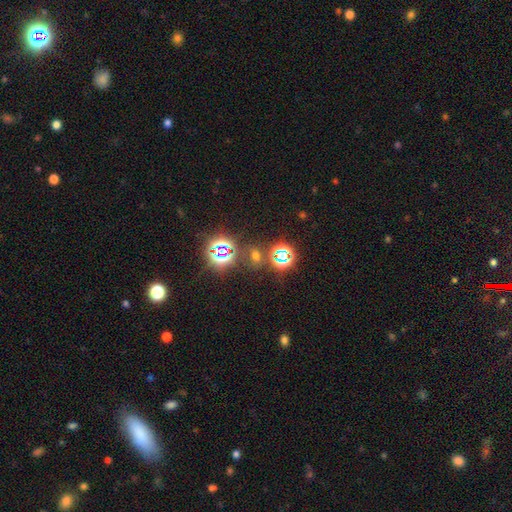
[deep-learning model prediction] A star or artifact, not a galaxy (59%).